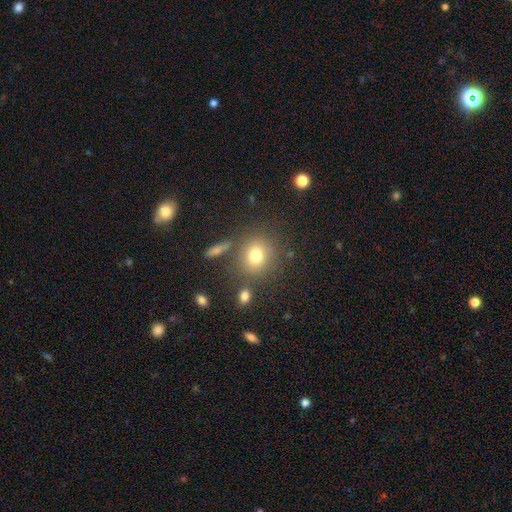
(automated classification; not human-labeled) Q: Smooth or featured?
A: smooth (76%); runner-up: star or artifact (14%)
Q: How rounded?
A: round (77%); runner-up: in between (21%)
Q: Merging?
A: none (77%); runner-up: minor disturbance (11%)